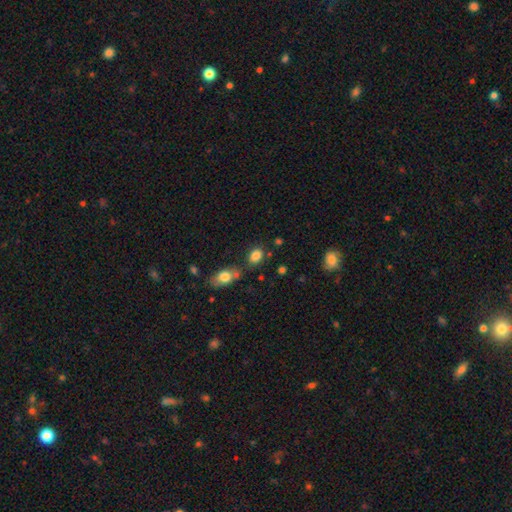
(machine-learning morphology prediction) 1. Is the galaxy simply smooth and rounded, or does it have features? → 84% smooth, 10% star or artifact, 6% featured or disk.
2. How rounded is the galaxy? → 66% in between, 33% round, 2% cigar-shaped.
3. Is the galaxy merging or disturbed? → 68% none, 14% minor disturbance, 14% merger, 4% major disturbance.